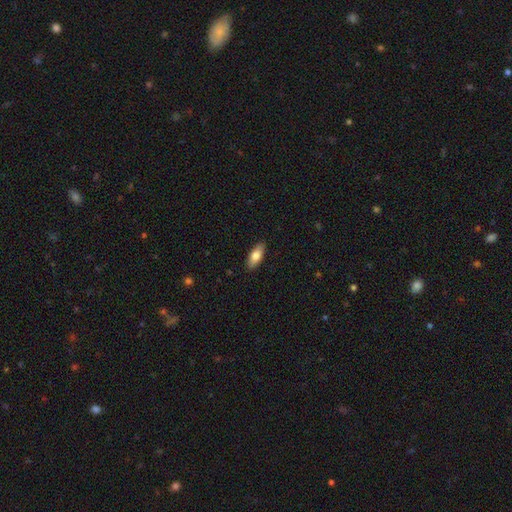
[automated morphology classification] A smooth galaxy with no disk features (78%) that is in between round and cigar-shaped (81%).

Vote fractions:
- Smooth or featured? smooth: 78% / featured or disk: 15% / star or artifact: 6%
- How rounded? in between: 81% / cigar-shaped: 16% / round: 2%
- Merging? none: 88% / minor disturbance: 9% / major disturbance: 2% / merger: 1%